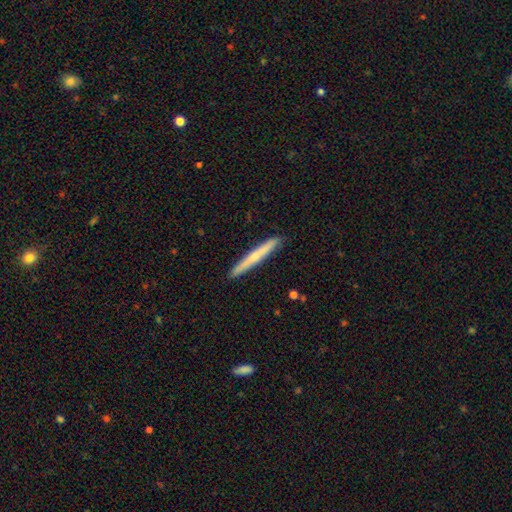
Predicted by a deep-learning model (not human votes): Smooth or featured?
  - smooth: 49% *
  - featured or disk: 45%
  - star or artifact: 5%
Merging?
  - none: 92% *
  - minor disturbance: 6%
  - major disturbance: 1%
  - merger: 1%